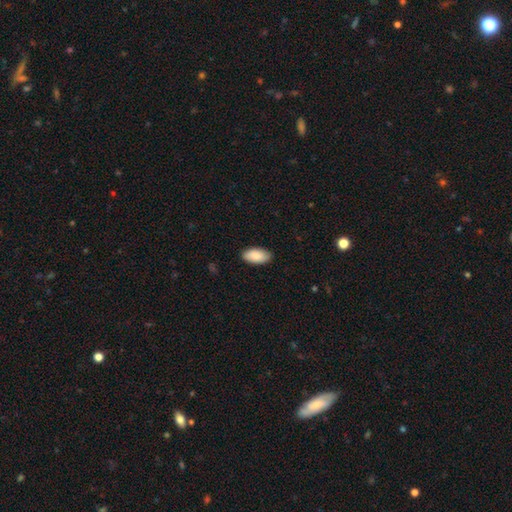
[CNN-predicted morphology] type=smooth (89%); roundness=in between (94%); merging=none (87%).